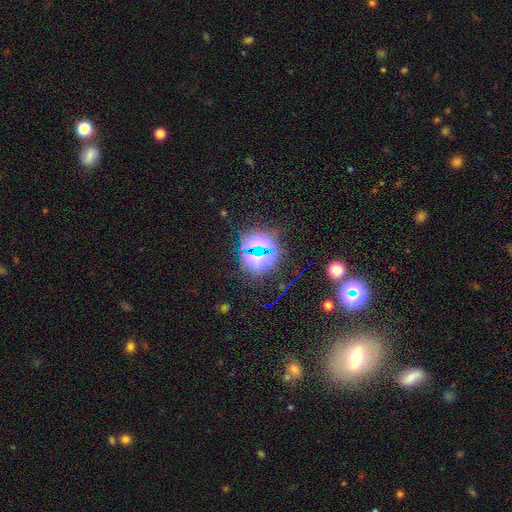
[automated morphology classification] type=star or artifact (76%).